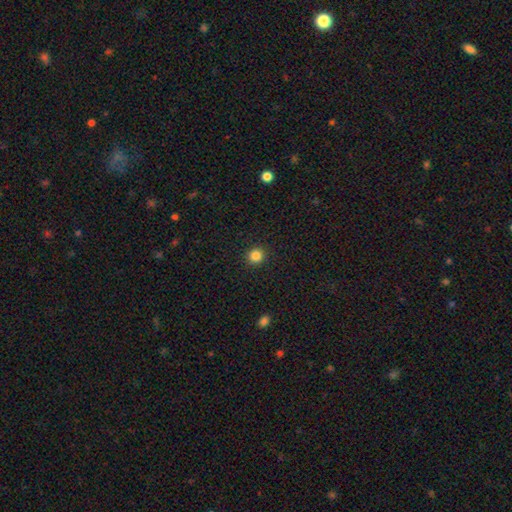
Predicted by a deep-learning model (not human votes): Overall: smooth (84%). How rounded: round (92%). Merging: none (92%).